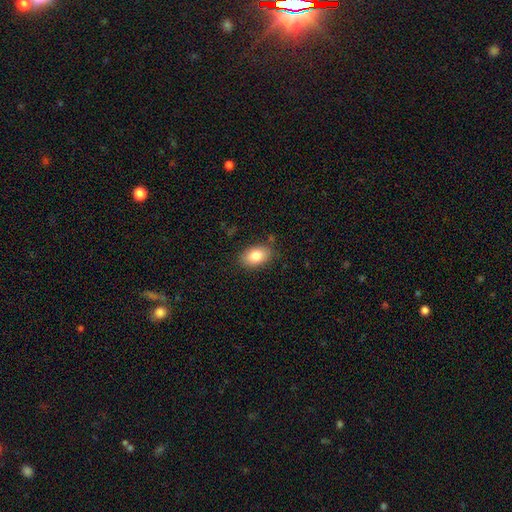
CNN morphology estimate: Overall: smooth (82%). How rounded: in between (88%). Merging: none (83%).